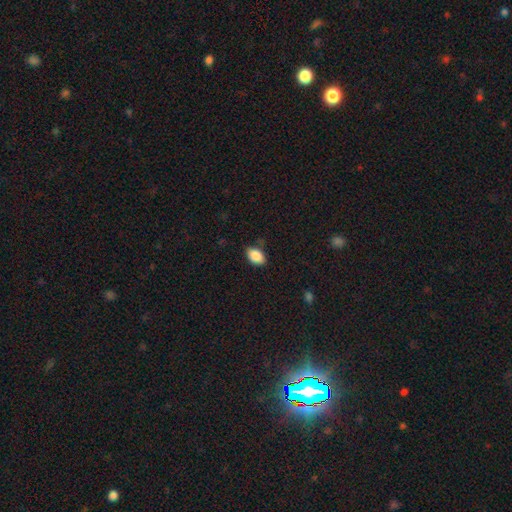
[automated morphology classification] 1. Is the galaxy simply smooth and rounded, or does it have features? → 88% smooth, 8% star or artifact, 4% featured or disk.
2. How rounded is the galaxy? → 89% in between, 9% round, 1% cigar-shaped.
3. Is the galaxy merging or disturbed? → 79% none, 16% minor disturbance, 3% major disturbance, 2% merger.